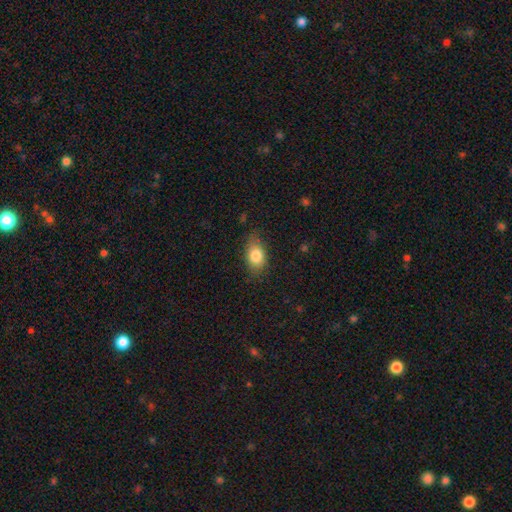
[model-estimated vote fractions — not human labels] Smooth or featured?
  - smooth: 81% *
  - featured or disk: 10%
  - star or artifact: 8%
How rounded?
  - in between: 82% *
  - round: 15%
  - cigar-shaped: 3%
Merging?
  - none: 75% *
  - minor disturbance: 20%
  - major disturbance: 5%
  - merger: 1%